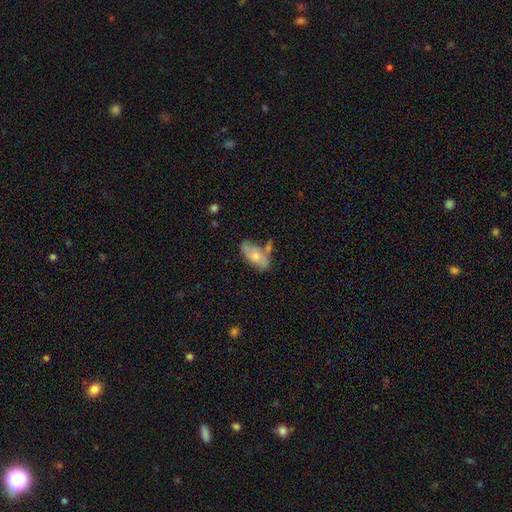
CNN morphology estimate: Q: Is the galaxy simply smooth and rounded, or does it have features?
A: smooth — 63%.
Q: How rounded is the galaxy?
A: in between — 90%.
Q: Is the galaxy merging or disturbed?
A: none — 41%.